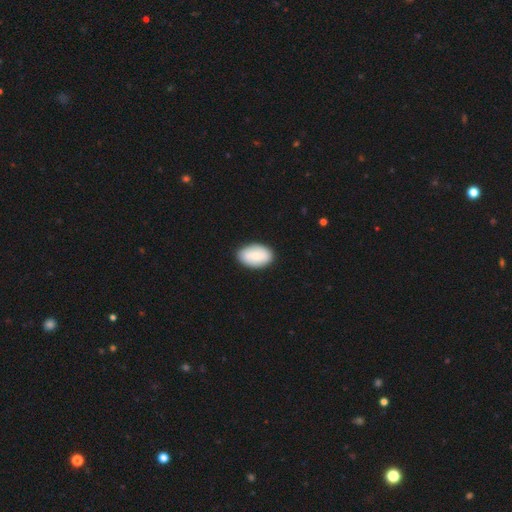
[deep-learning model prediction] A smooth galaxy with no disk features (79%) that is in between round and cigar-shaped (93%).

Vote fractions:
- Smooth or featured? smooth: 79% / featured or disk: 16% / star or artifact: 6%
- How rounded? in between: 93% / round: 6% / cigar-shaped: 1%
- Merging? none: 87% / minor disturbance: 9% / major disturbance: 2% / merger: 1%